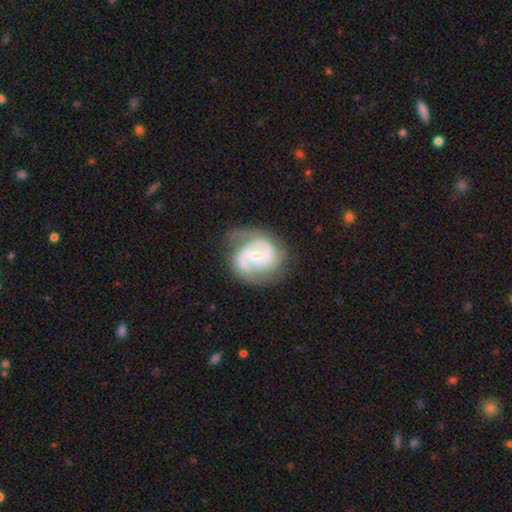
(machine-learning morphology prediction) A featured or disk galaxy (84%) with a weak bar (48%), 2 (73%) medium (46%) spiral arms (94%) and a small central bulge (56%). Merging: none (60%).